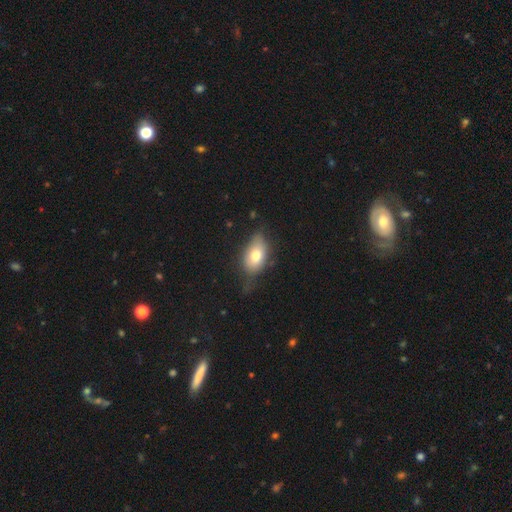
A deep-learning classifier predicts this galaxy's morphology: smooth-or-featured: smooth: 74% | featured or disk: 18% | star or artifact: 8%
  how-rounded: in between: 86% | round: 11% | cigar-shaped: 2%
  merging: none: 53% | minor disturbance: 33% | major disturbance: 11% | merger: 2%